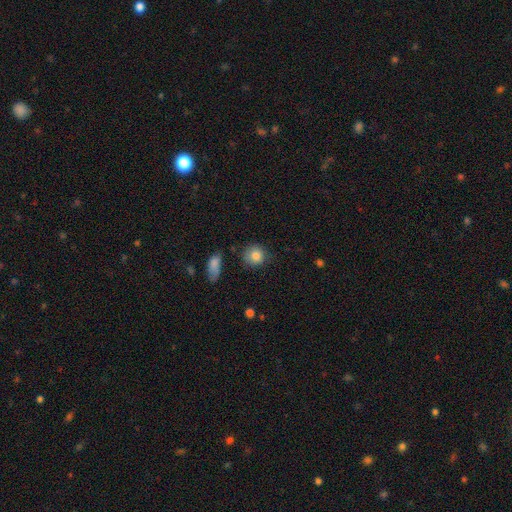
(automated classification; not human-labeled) Morphology: type=smooth (84%); roundness=round (86%); merging=none (75%).